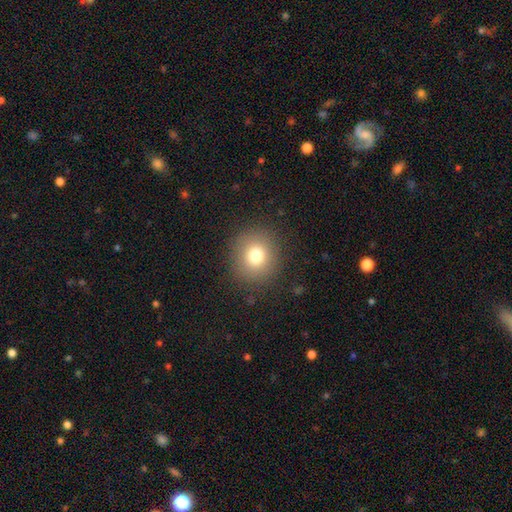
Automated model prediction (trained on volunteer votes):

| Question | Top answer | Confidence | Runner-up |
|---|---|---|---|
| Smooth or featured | smooth | 77% | star or artifact (13%) |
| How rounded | round | 88% | in between (11%) |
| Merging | none | 88% | minor disturbance (7%) |